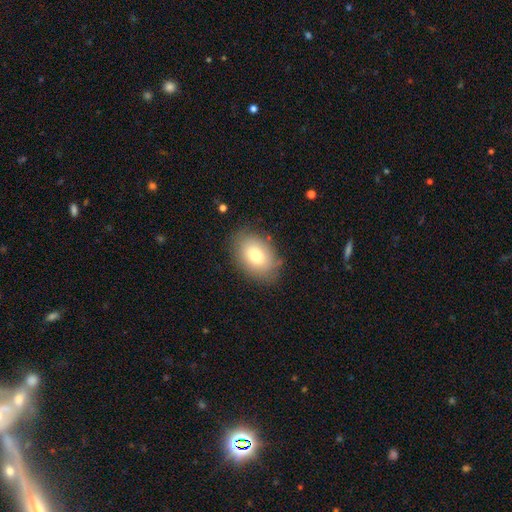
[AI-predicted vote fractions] Q: Smooth or featured?
A: smooth (76%); runner-up: featured or disk (16%)
Q: How rounded?
A: in between (83%); runner-up: round (15%)
Q: Merging?
A: none (82%); runner-up: minor disturbance (13%)